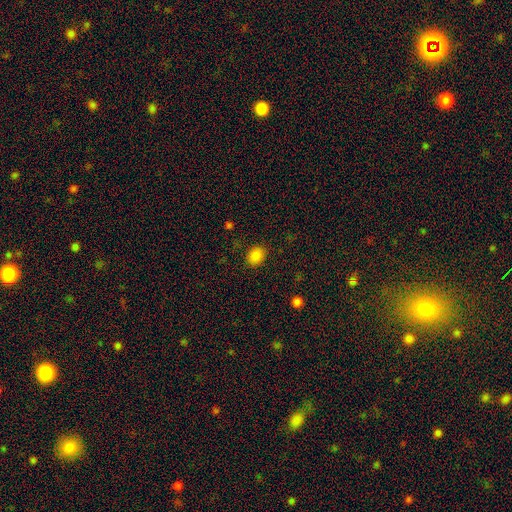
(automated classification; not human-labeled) This is clearly a smooth galaxy (85%). How rounded: possibly in between (52%). Merging: clearly none (87%).